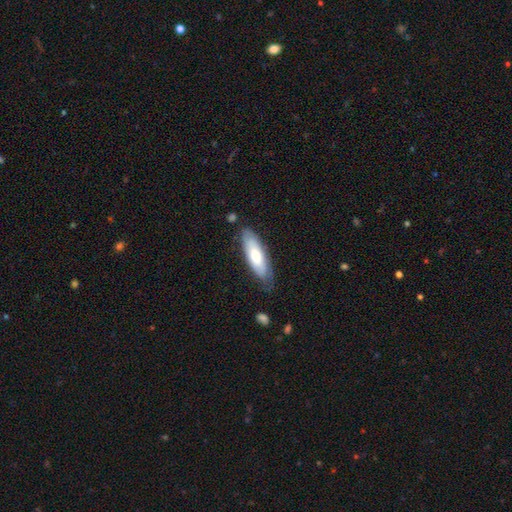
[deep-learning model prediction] Overall: smooth (59%; featured or disk 35%). How rounded: in between (55%; cigar-shaped 43%). Merging: none (75%).